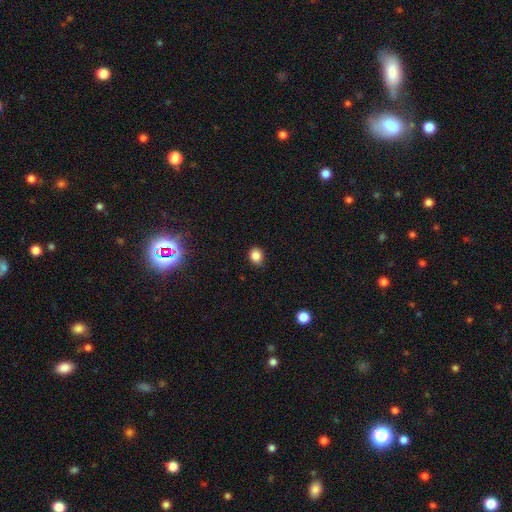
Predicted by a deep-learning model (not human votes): Smooth or featured? Predicted: smooth (p=0.85). How rounded? Predicted: round (p=0.67). Merging? Predicted: none (p=0.83).